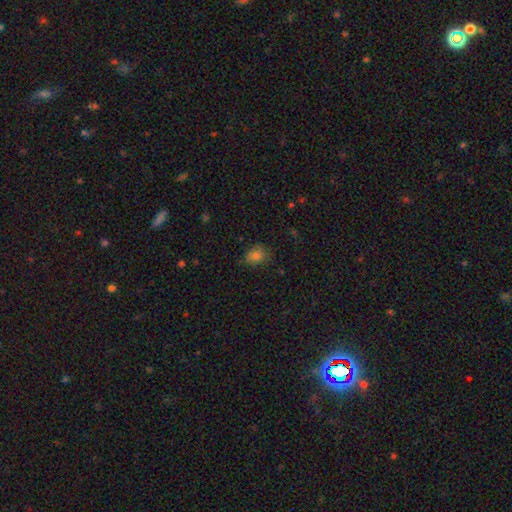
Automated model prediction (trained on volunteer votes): Q: Smooth or featured?
A: smooth (77%); runner-up: star or artifact (14%)
Q: How rounded?
A: round (53%); runner-up: in between (45%)
Q: Merging?
A: none (75%); runner-up: minor disturbance (19%)